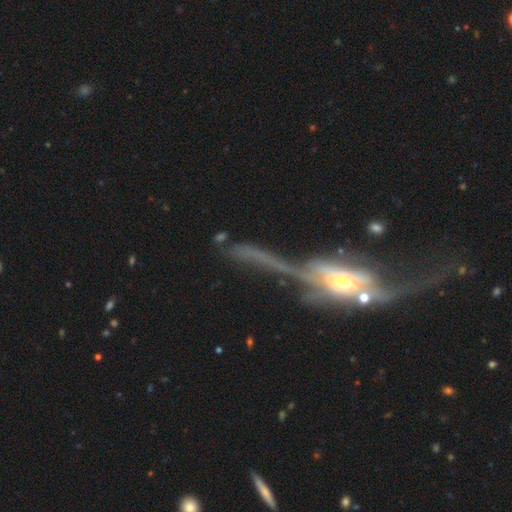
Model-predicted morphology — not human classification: smooth_or_featured: featured or disk (p=0.70) [alt: smooth p=0.17]
disk_edge_on: yes (p=0.51) [alt: no p=0.49]
merging: major disturbance (p=0.34) [alt: none p=0.30]